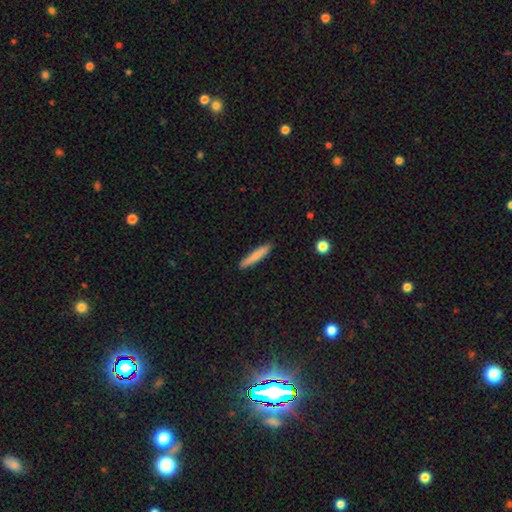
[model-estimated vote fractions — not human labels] Q: Smooth or featured?
A: smooth (74%); runner-up: featured or disk (20%)
Q: How rounded?
A: cigar-shaped (92%); runner-up: in between (6%)
Q: Merging?
A: none (88%); runner-up: minor disturbance (9%)